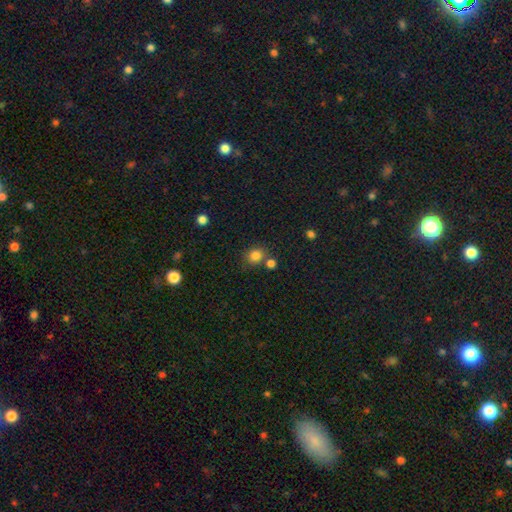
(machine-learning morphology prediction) smooth 83%, star or artifact 12%, featured or disk 5%. Down the decision tree: how rounded — round (77%); merging — none (66%).